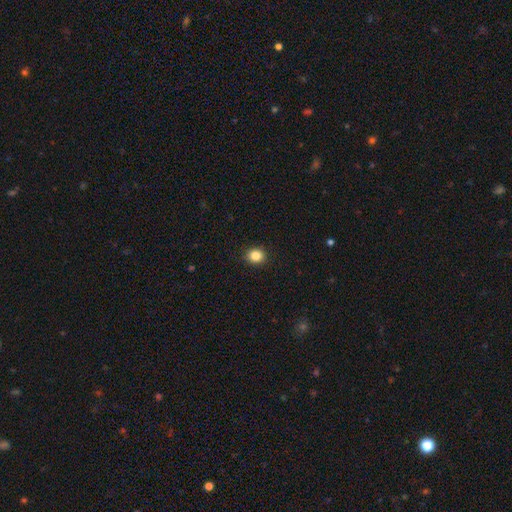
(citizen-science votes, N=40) Morphology: type=smooth (85%); roundness=round (79%); merging=none (100%).